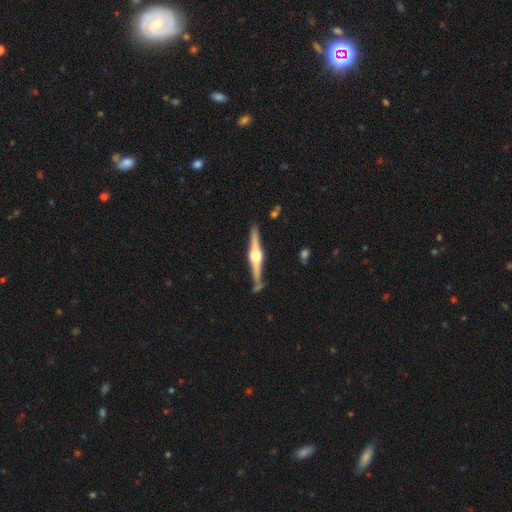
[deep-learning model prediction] featured or disk 84%, smooth 11%, star or artifact 5%. Down the decision tree: edge-on disk — yes (98%); edge-on bulge — rounded (94%); merging — none (84%).